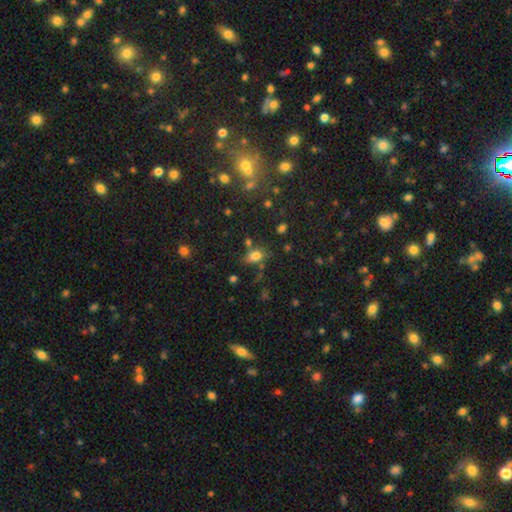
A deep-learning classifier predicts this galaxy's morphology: Smooth or featured? Predicted: smooth (p=0.74). How rounded? Predicted: in between (p=0.77). Merging? Predicted: none (p=0.56).